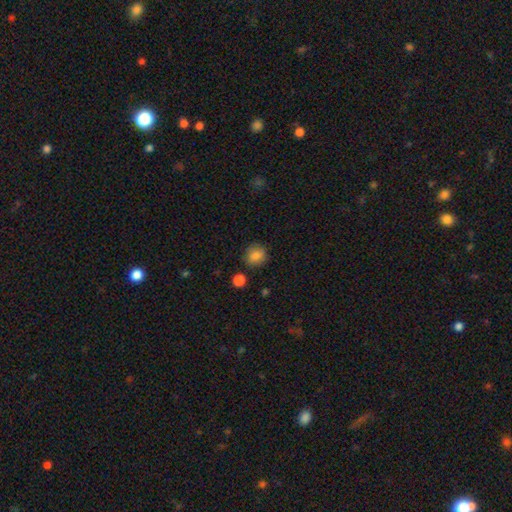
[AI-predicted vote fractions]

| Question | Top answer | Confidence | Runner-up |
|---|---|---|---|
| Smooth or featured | smooth | 85% | star or artifact (10%) |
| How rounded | round | 83% | in between (16%) |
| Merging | none | 85% | minor disturbance (10%) |